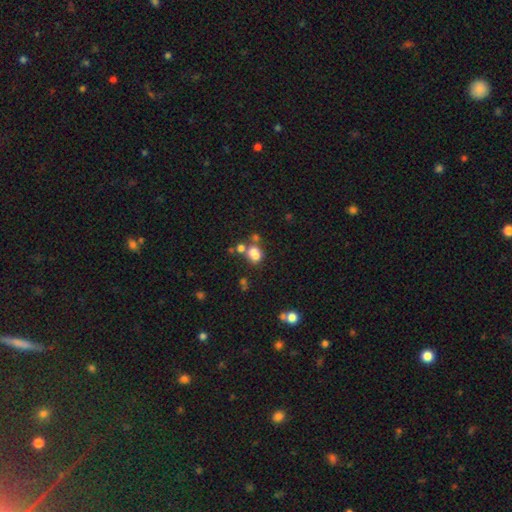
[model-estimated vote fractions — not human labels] Q: Smooth or featured?
A: smooth (69%); runner-up: star or artifact (16%)
Q: How rounded?
A: round (56%); runner-up: in between (43%)
Q: Merging?
A: merger (46%); runner-up: none (37%)